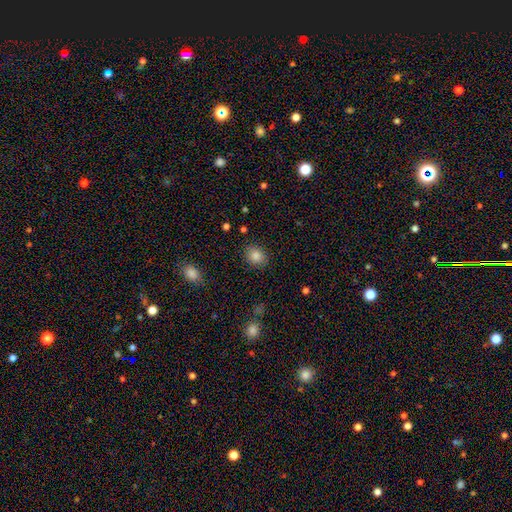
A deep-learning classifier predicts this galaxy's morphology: Smooth or featured? Predicted: smooth (p=0.85). How rounded? Predicted: round (p=0.55). Merging? Predicted: none (p=0.87).